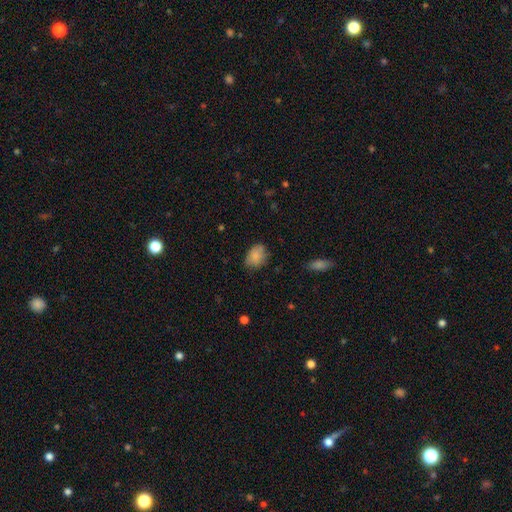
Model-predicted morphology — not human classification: A smooth galaxy with no disk features (84%) that is in between round and cigar-shaped (72%). Merging: none (71%).